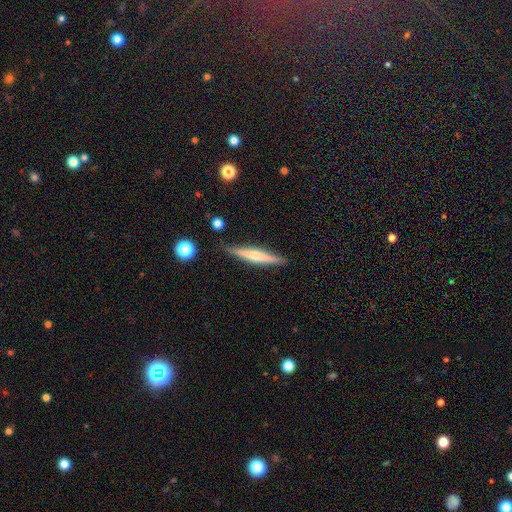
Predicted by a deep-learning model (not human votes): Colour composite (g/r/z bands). It shows a featured or disk galaxy (52%) viewed edge-on (96%). Merging: none (85%).